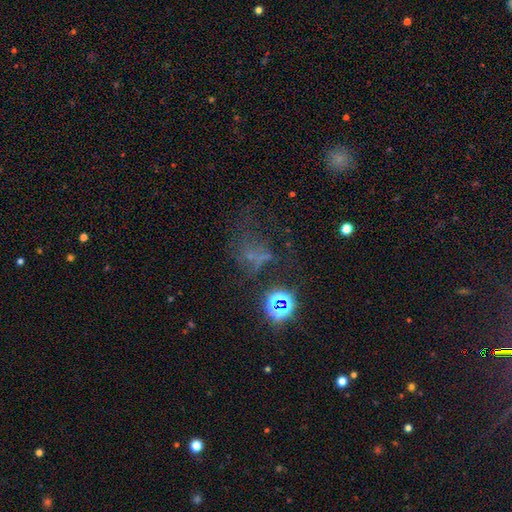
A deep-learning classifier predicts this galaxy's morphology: Overall: star or artifact (48%; smooth 28%).